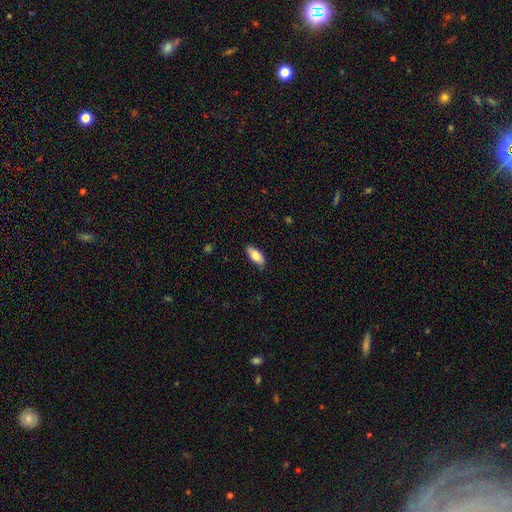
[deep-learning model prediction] Smooth or featured: smooth — 81% (featured or disk — 13%)
How rounded: in between — 82% (cigar-shaped — 16%)
Merging: none — 85% (minor disturbance — 12%)